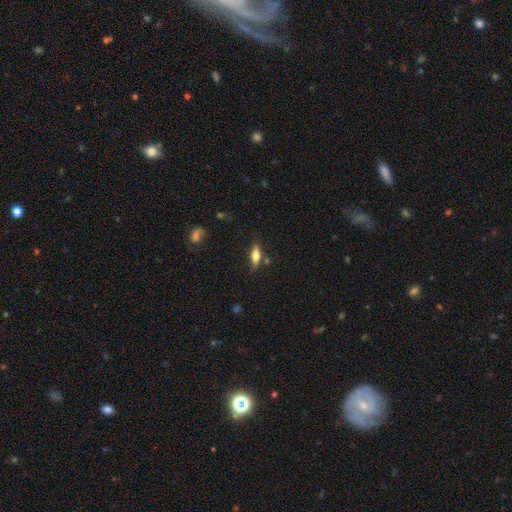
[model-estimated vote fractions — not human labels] Smooth or featured? Predicted: smooth (p=0.59). How rounded? Predicted: in between (p=0.58). Merging? Predicted: none (p=0.78).